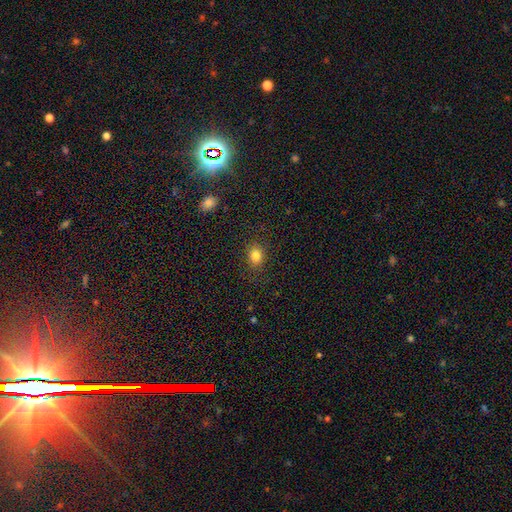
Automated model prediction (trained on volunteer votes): Smooth or featured?
  - smooth: 81% *
  - star or artifact: 12%
  - featured or disk: 7%
How rounded?
  - in between: 56% *
  - round: 43%
  - cigar-shaped: 1%
Merging?
  - none: 85% *
  - minor disturbance: 11%
  - major disturbance: 4%
  - merger: 1%